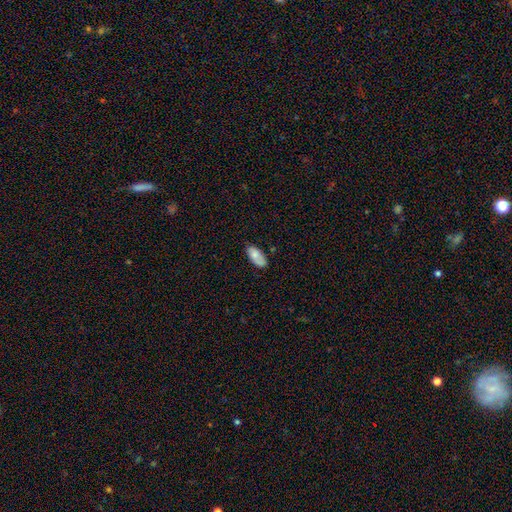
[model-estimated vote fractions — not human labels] Smooth or featured? smooth (78%)
How rounded? in between (91%)
Merging? none (68%)